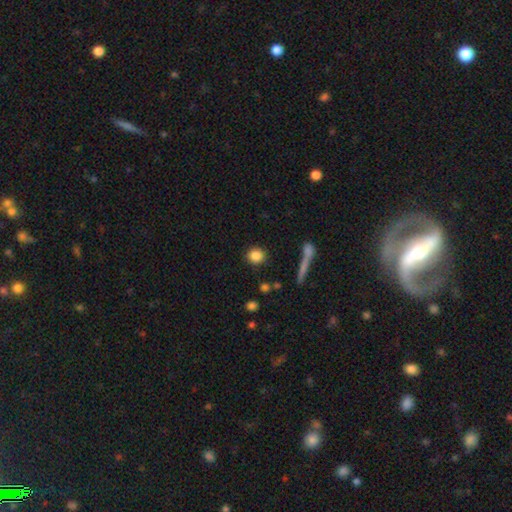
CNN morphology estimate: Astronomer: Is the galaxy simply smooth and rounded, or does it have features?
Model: smooth — 86%.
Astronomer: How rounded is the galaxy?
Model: round — 83%.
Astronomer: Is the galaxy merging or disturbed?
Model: none — 87%.